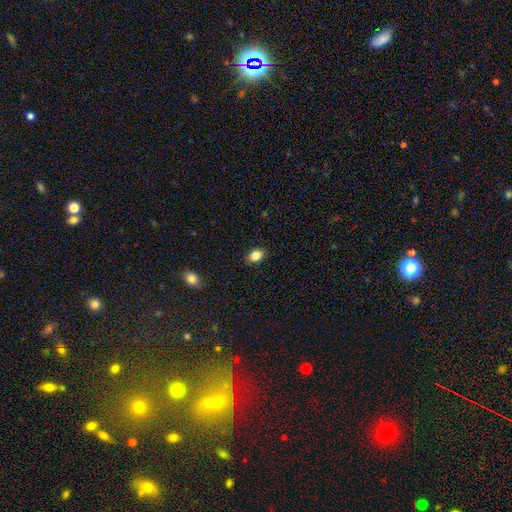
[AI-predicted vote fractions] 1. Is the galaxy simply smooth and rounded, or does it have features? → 85% smooth, 10% star or artifact, 5% featured or disk.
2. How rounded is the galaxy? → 70% in between, 29% round, 1% cigar-shaped.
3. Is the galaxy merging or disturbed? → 88% none, 9% minor disturbance, 2% major disturbance, 1% merger.